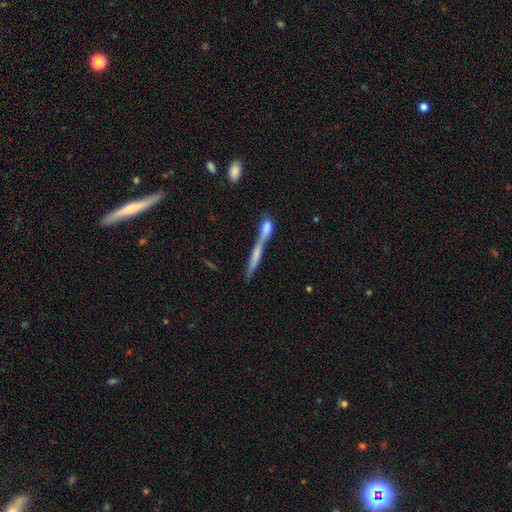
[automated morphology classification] Overall: smooth (51%; featured or disk 41%). How rounded: cigar-shaped (84%). Merging: merger (64%; none 24%).